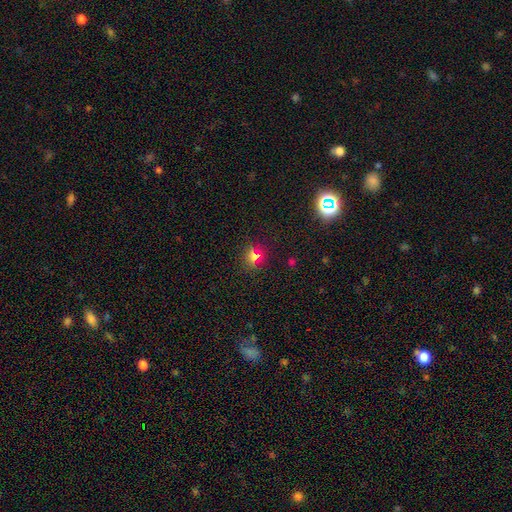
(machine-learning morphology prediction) Smooth or featured? smooth (63%)
How rounded? round (82%)
Merging? none (87%)